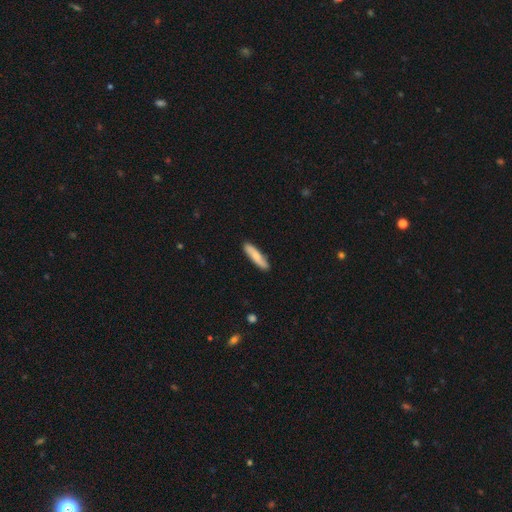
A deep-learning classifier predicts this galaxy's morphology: smooth-or-featured: smooth: 74% | featured or disk: 21% | star or artifact: 5%
  how-rounded: cigar-shaped: 84% | in between: 15% | round: 2%
  merging: none: 87% | minor disturbance: 10% | major disturbance: 2% | merger: 1%